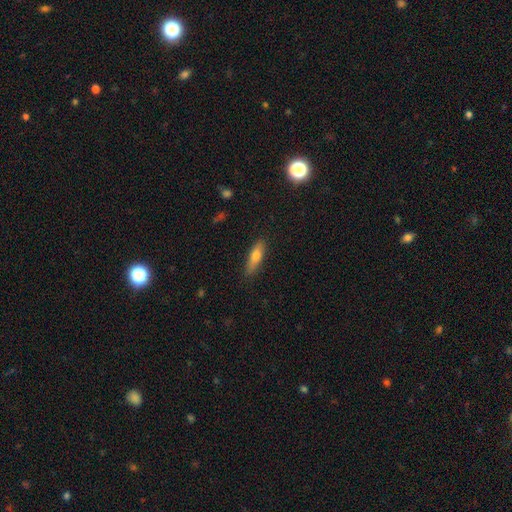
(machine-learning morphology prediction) A smooth galaxy with no disk features (67%) that is cigar-shaped (62%).

Vote fractions:
- Smooth or featured? smooth: 67% / featured or disk: 25% / star or artifact: 7%
- How rounded? cigar-shaped: 62% / in between: 35% / round: 2%
- Merging? none: 85% / minor disturbance: 12% / major disturbance: 2% / merger: 1%